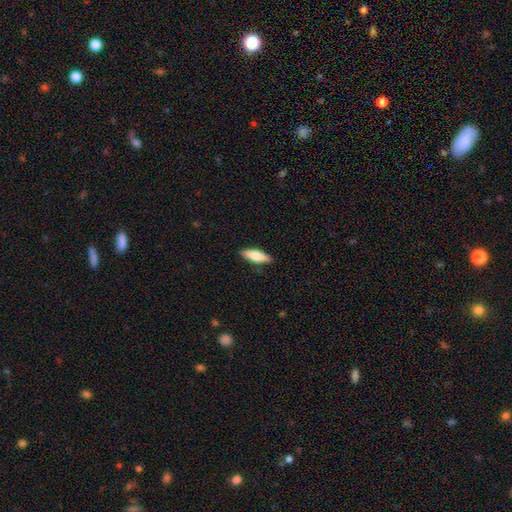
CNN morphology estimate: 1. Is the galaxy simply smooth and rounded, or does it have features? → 70% smooth, 24% featured or disk, 6% star or artifact.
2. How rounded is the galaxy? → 51% in between, 47% cigar-shaped, 2% round.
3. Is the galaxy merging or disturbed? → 88% none, 9% minor disturbance, 2% major disturbance, 1% merger.